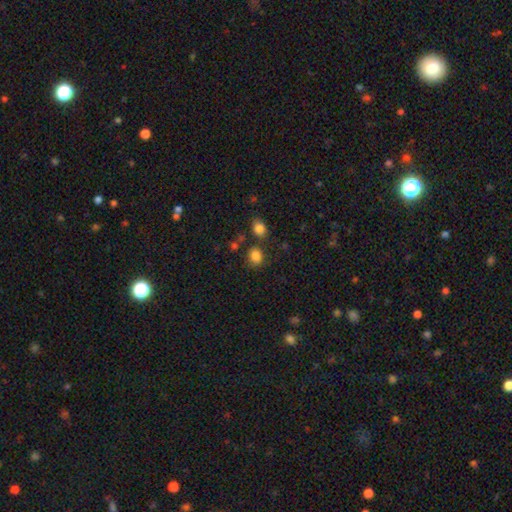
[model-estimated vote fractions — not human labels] A smooth galaxy with no disk features (83%) that is round (55%). Merging: none (72%).